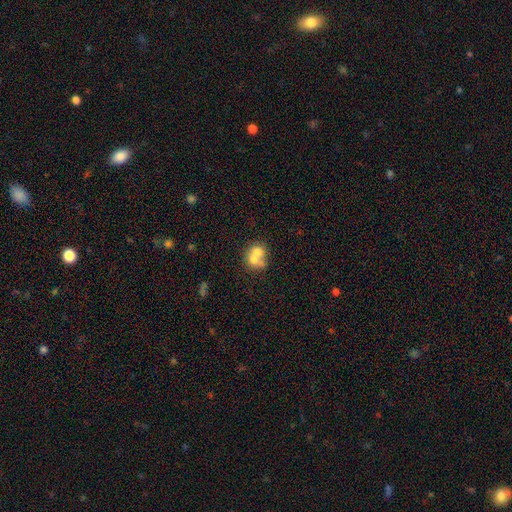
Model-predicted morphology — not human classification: Smooth or featured? smooth (65%)
How rounded? round (66%)
Merging? merger (69%)